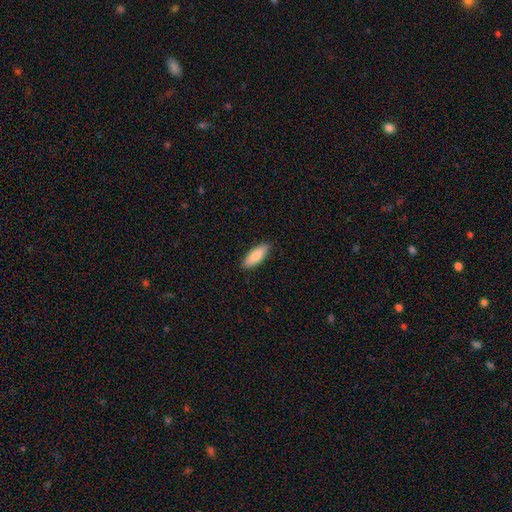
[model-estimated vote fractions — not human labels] A smooth galaxy with no disk features (85%) that is in between round and cigar-shaped (69%). Merging: none (87%).